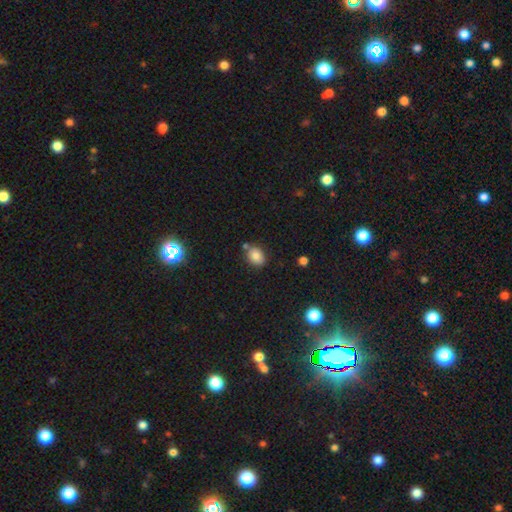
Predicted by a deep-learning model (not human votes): Smooth or featured? smooth (82%)
How rounded? in between (63%)
Merging? none (71%)